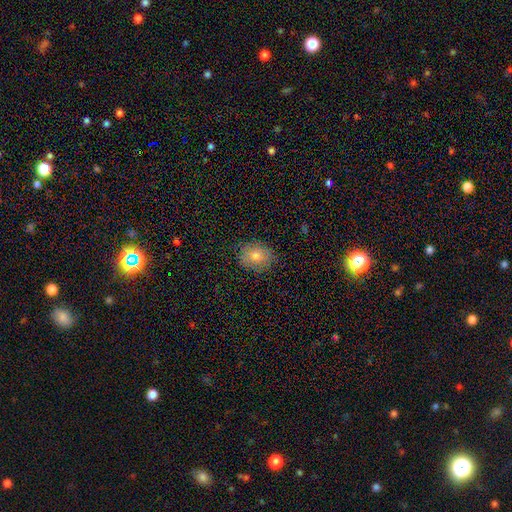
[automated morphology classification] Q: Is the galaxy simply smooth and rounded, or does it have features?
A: smooth — 72%.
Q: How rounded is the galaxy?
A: round — 55%.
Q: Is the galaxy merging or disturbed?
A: none — 84%.